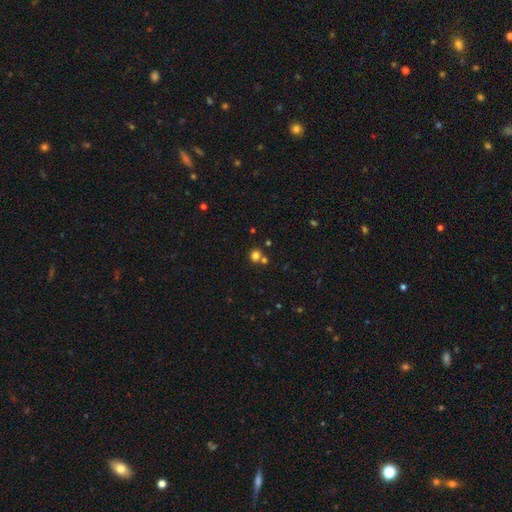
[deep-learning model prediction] Smooth or featured?
  - smooth: 76% *
  - star or artifact: 16%
  - featured or disk: 7%
How rounded?
  - round: 84% *
  - in between: 15%
  - cigar-shaped: 1%
Merging?
  - none: 62% *
  - merger: 27%
  - minor disturbance: 8%
  - major disturbance: 3%